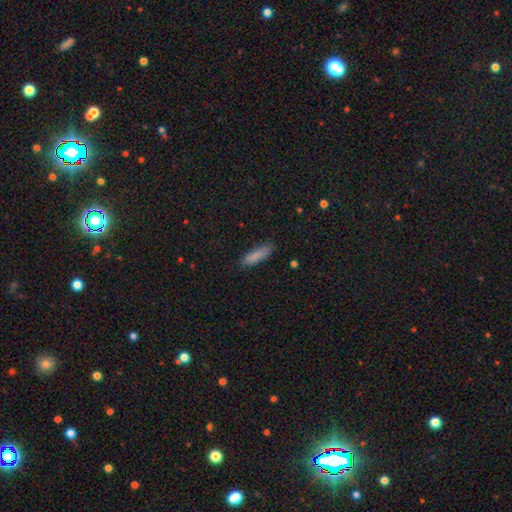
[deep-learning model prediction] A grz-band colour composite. It shows a smooth galaxy with no disk features (85%) that is cigar-shaped (60%). Merging: none (80%).